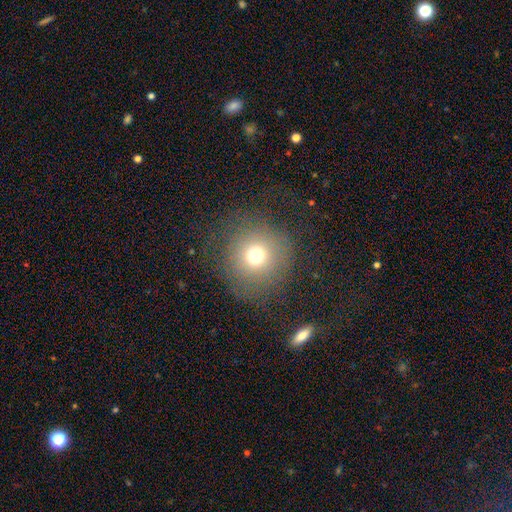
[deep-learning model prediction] The model was most divided on "smooth or featured": smooth: 71%, star or artifact: 18%, featured or disk: 11%. More confident: how rounded — round (93%); merging — none (82%).